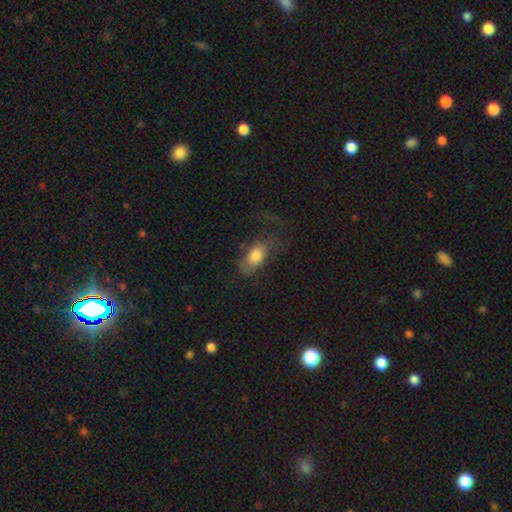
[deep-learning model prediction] smooth-or-featured: smooth: 70% | featured or disk: 22% | star or artifact: 8%
  how-rounded: in between: 89% | round: 8% | cigar-shaped: 4%
  merging: none: 45% | major disturbance: 30% | minor disturbance: 22% | merger: 2%